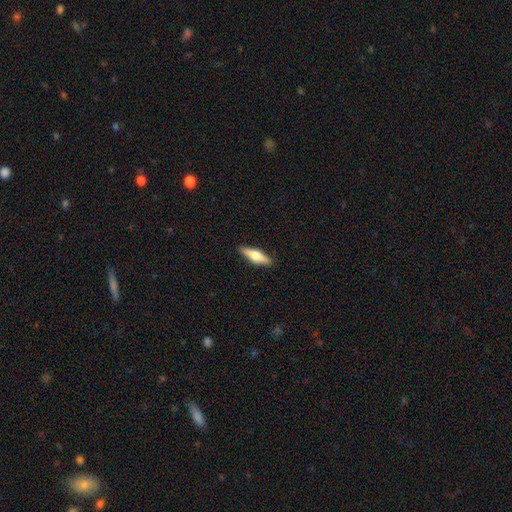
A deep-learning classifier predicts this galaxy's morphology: Smooth or featured? smooth (50%)
Merging? none (89%)